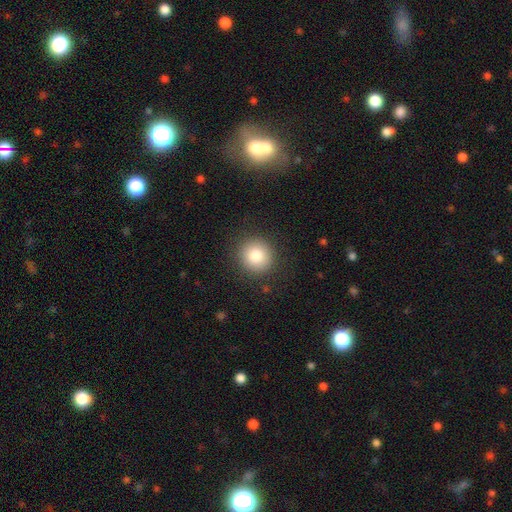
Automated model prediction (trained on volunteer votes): Smooth or featured? smooth (83%)
How rounded? round (92%)
Merging? none (90%)